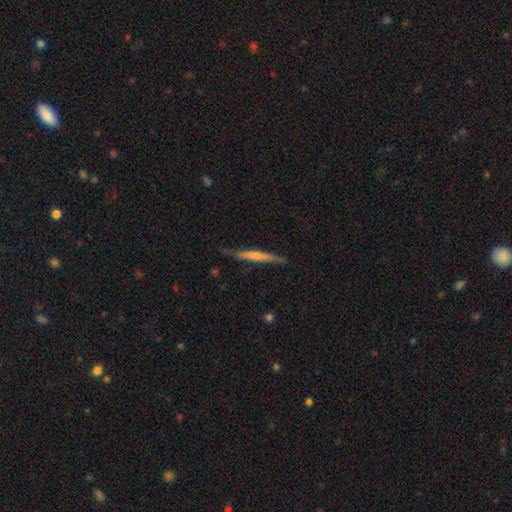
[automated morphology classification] featured or disk 49%, smooth 45%, star or artifact 6%. Down the decision tree: merging — none (82%).